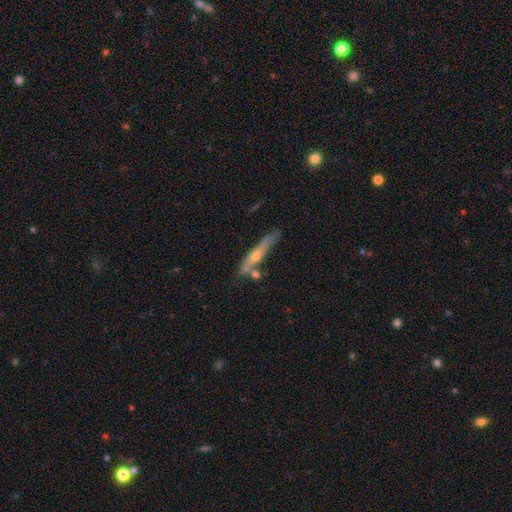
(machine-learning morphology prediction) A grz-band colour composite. It shows a featured or disk galaxy (63%) viewed edge-on (88%) with a rounded central bulge (80%). Merging: none (71%).